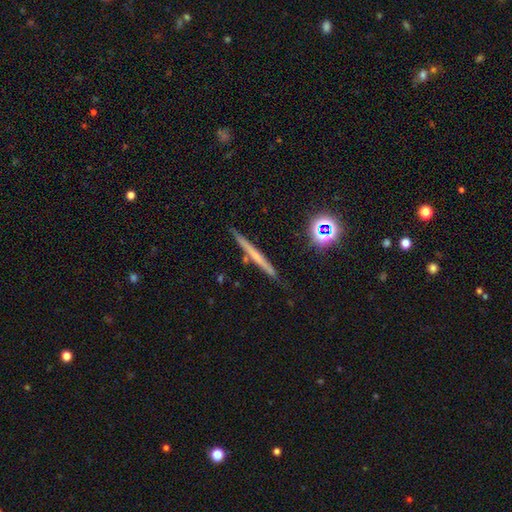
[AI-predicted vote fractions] smooth_or_featured: featured or disk (p=0.50) [alt: smooth p=0.39]
merging: none (p=0.85) [alt: minor disturbance p=0.10]